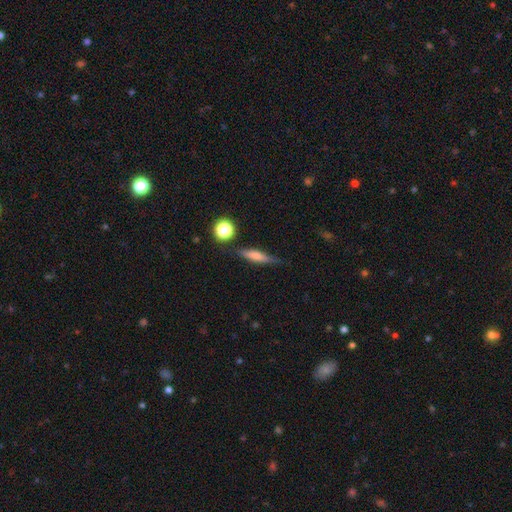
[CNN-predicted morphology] smooth-or-featured: smooth: 57% | featured or disk: 34% | star or artifact: 9%
  how-rounded: cigar-shaped: 80% | in between: 15% | round: 5%
  merging: none: 78% | minor disturbance: 15% | major disturbance: 4% | merger: 3%